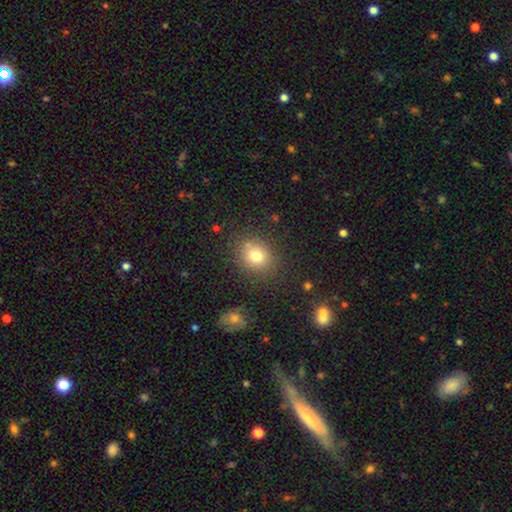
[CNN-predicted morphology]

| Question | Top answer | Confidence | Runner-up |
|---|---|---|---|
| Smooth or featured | smooth | 77% | star or artifact (13%) |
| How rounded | round | 71% | in between (28%) |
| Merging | none | 80% | minor disturbance (12%) |